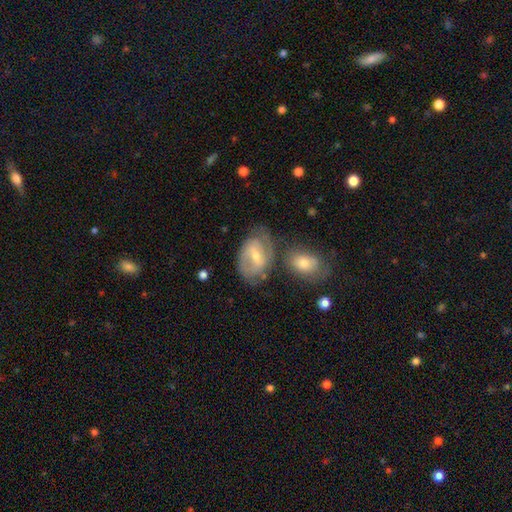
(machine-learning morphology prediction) This is likely a featured or disk galaxy (67%). It is clearly not viewed edge-on (95%). Bar: possibly weak (49%). Spiral arm pattern: likely yes (79%). Spiral arm count: likely 2 (64%). Spiral winding: marginally medium (43%). Central bulge: possibly small (55%). Merging: possibly none (60%).